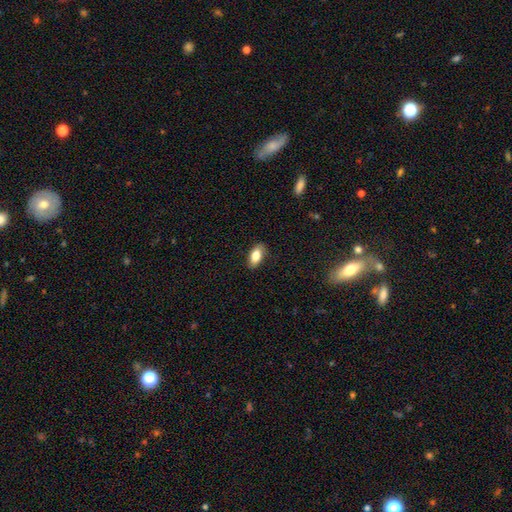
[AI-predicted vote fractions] smooth_or_featured: smooth (p=0.82) [alt: featured or disk p=0.11]
how_rounded: in between (p=0.90) [alt: cigar-shaped p=0.06]
merging: none (p=0.85) [alt: minor disturbance p=0.12]